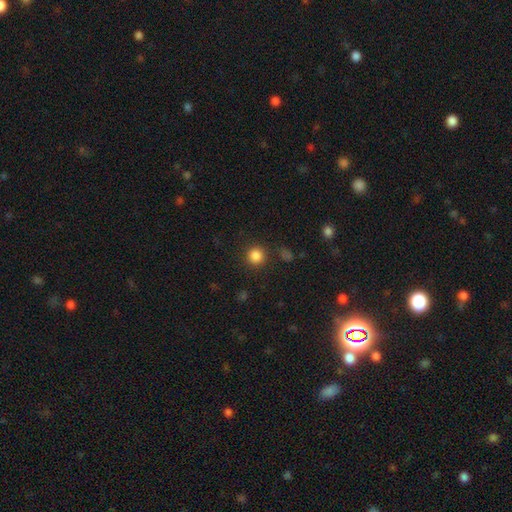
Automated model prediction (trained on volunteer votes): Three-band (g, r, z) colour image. It shows a smooth galaxy with no disk features (85%) that is round (94%). Merging: none (88%).